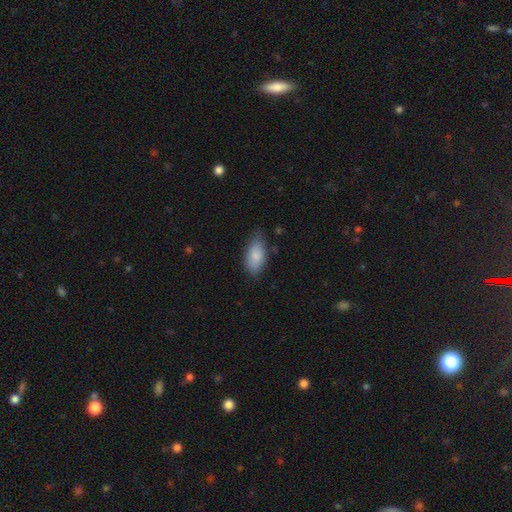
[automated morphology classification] The model was most divided on "merging": none: 64%, minor disturbance: 28%, major disturbance: 5%, merger: 2%. More confident: how rounded — in between (89%); smooth or featured — smooth (84%).